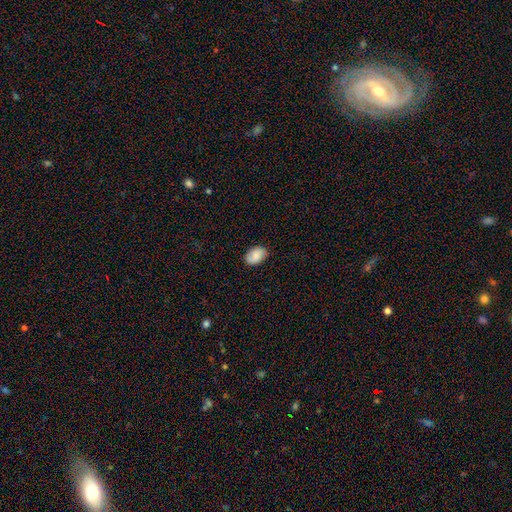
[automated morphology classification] Overall: smooth (82%). How rounded: in between (88%). Merging: none (85%).